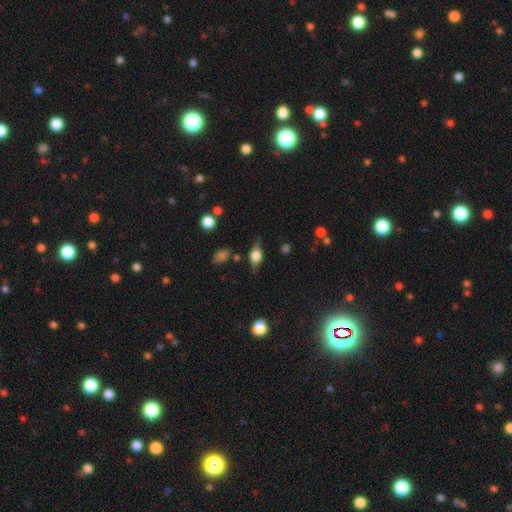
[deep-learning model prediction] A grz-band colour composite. It shows a smooth galaxy with no disk features (52%) that is in between round and cigar-shaped (73%). Merging: none (75%).